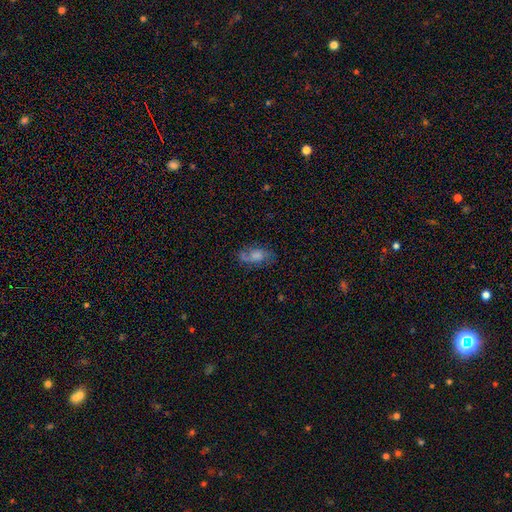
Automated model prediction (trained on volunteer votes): smooth-or-featured: smooth: 49% | featured or disk: 40% | star or artifact: 11%
  merging: none: 57% | minor disturbance: 24% | major disturbance: 15% | merger: 5%